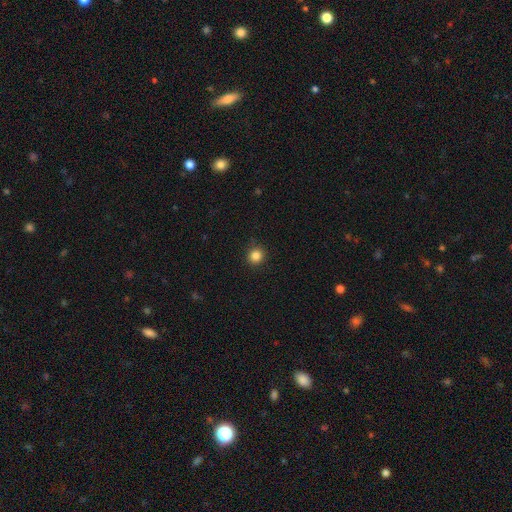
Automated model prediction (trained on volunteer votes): smooth-or-featured: smooth: 84% | star or artifact: 12% | featured or disk: 4%
  how-rounded: round: 93% | in between: 6% | cigar-shaped: 1%
  merging: none: 90% | minor disturbance: 7% | major disturbance: 2% | merger: 1%